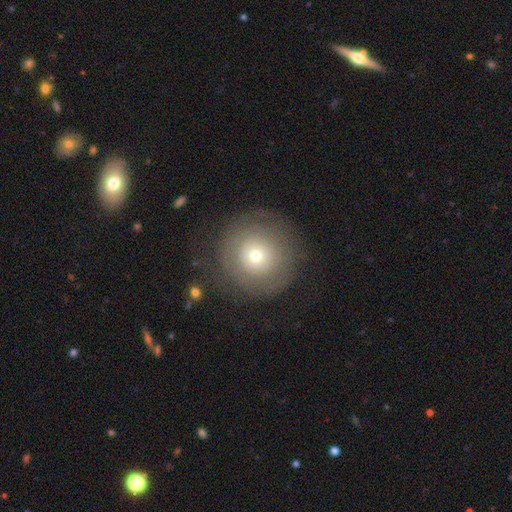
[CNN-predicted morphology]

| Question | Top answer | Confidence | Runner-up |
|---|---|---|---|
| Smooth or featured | smooth | 54% | featured or disk (36%) |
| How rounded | round | 95% | in between (4%) |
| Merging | none | 77% | minor disturbance (12%) |